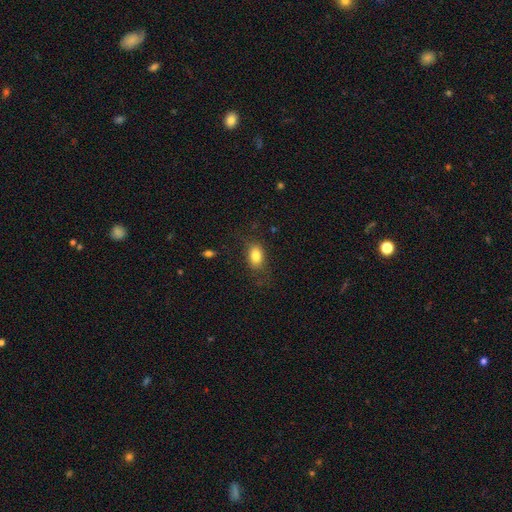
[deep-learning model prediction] Smooth or featured: smooth — 83% (star or artifact — 9%)
How rounded: in between — 84% (round — 14%)
Merging: none — 78% (minor disturbance — 15%)